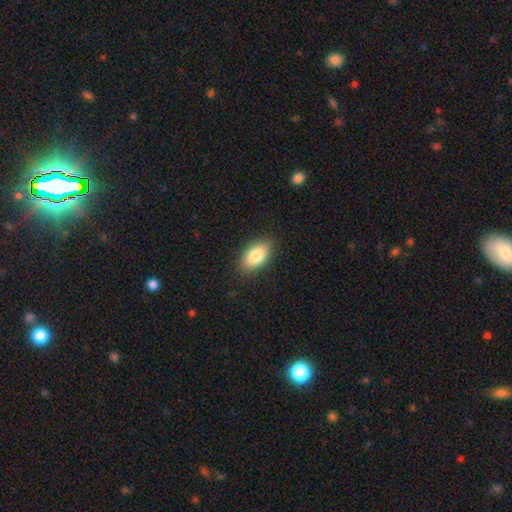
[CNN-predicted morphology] A smooth galaxy with no disk features (83%) that is in between round and cigar-shaped (92%).

Vote fractions:
- Smooth or featured? smooth: 83% / featured or disk: 10% / star or artifact: 7%
- How rounded? in between: 92% / cigar-shaped: 4% / round: 4%
- Merging? none: 87% / minor disturbance: 10% / major disturbance: 2% / merger: 1%